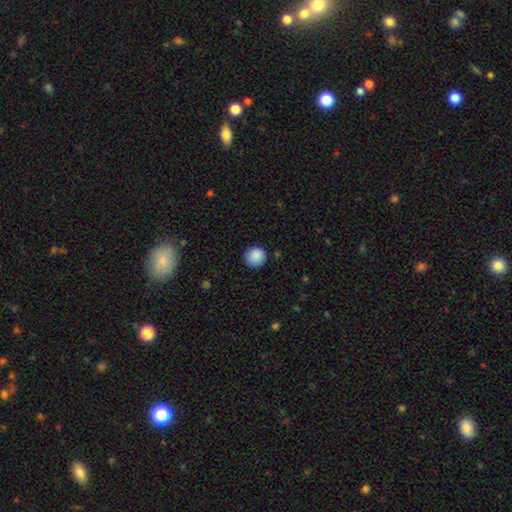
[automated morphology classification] smooth-or-featured: smooth: 89% | star or artifact: 8% | featured or disk: 3%
  how-rounded: round: 94% | in between: 5% | cigar-shaped: 1%
  merging: none: 89% | minor disturbance: 8% | major disturbance: 2% | merger: 1%